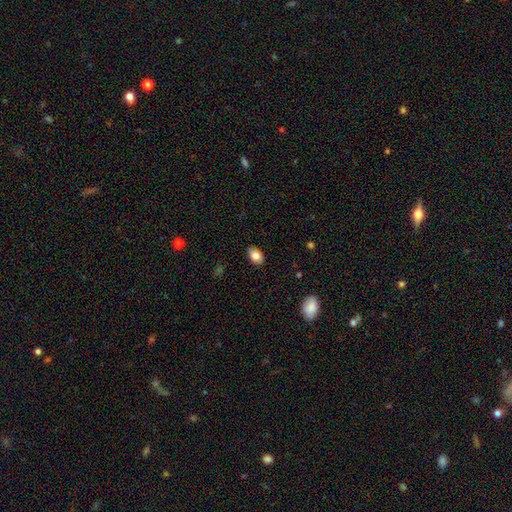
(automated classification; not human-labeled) A smooth galaxy with no disk features (82%) that is in between round and cigar-shaped (88%). Merging: none (85%).